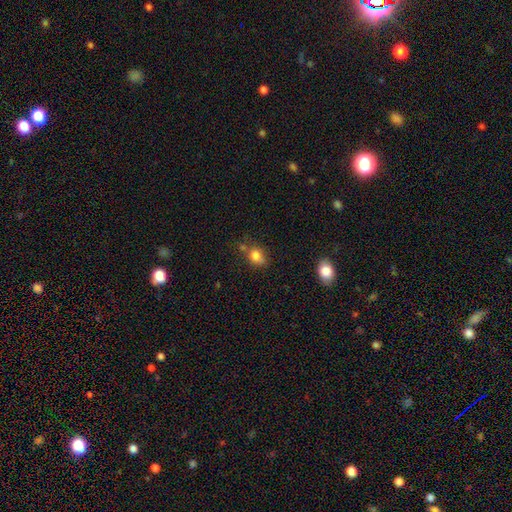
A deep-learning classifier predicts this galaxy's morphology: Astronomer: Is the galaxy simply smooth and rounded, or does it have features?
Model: smooth — 79%.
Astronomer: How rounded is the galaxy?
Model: in between — 58% (runner-up: round, 40%).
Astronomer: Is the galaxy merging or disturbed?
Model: none — 53%.